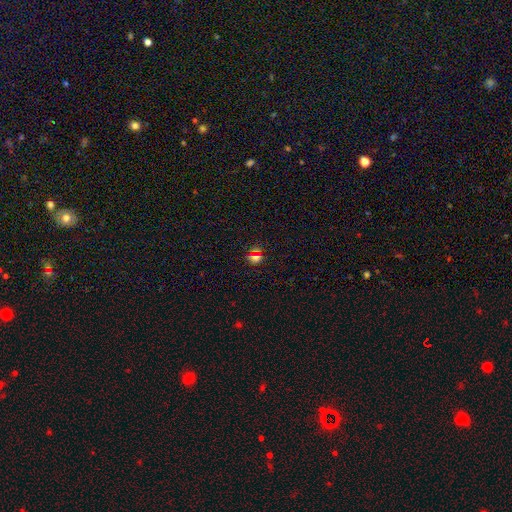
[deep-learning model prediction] Morphology: type=smooth (46%); merging=none (80%).